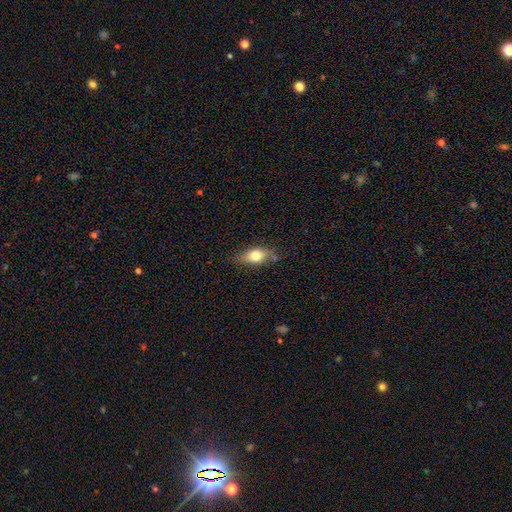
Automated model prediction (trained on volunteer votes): Smooth or featured? smooth (77%)
How rounded? in between (81%)
Merging? none (69%)